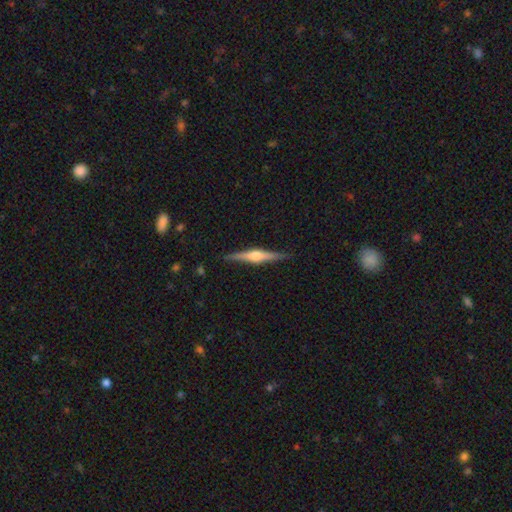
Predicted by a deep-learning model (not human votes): A featured or disk galaxy (79%) viewed edge-on (98%) with a rounded central bulge (90%). Merging: none (90%).